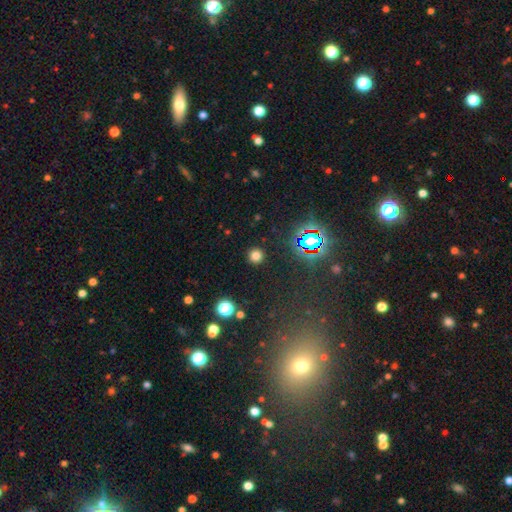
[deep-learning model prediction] A smooth galaxy with no disk features (76%) that is round (95%). Merging: none (91%).